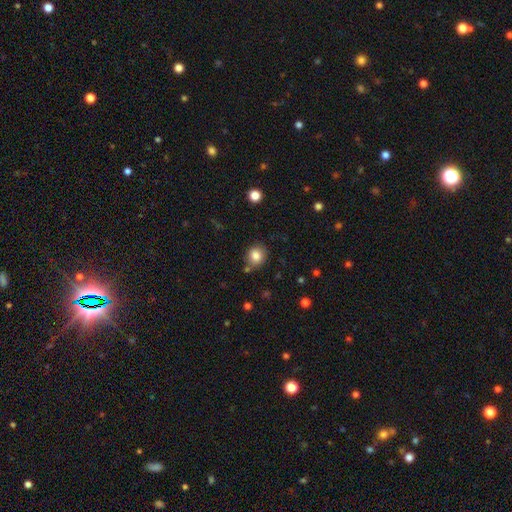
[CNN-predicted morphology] A smooth galaxy with no disk features (83%) that is round (75%).

Vote fractions:
- Smooth or featured? smooth: 83% / star or artifact: 10% / featured or disk: 7%
- How rounded? round: 75% / in between: 24% / cigar-shaped: 1%
- Merging? none: 77% / minor disturbance: 13% / merger: 7% / major disturbance: 3%